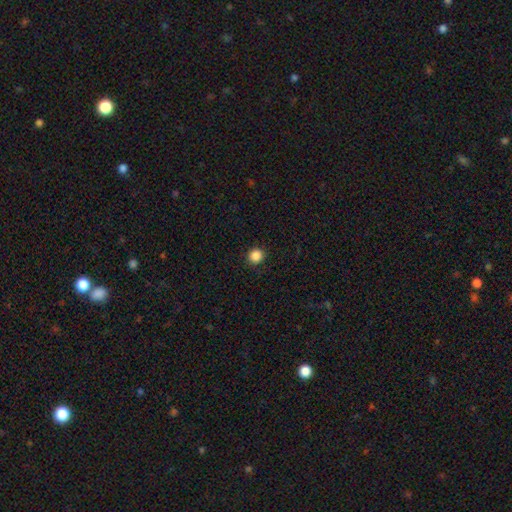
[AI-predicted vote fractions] Overall: smooth (87%). How rounded: round (92%). Merging: none (92%).